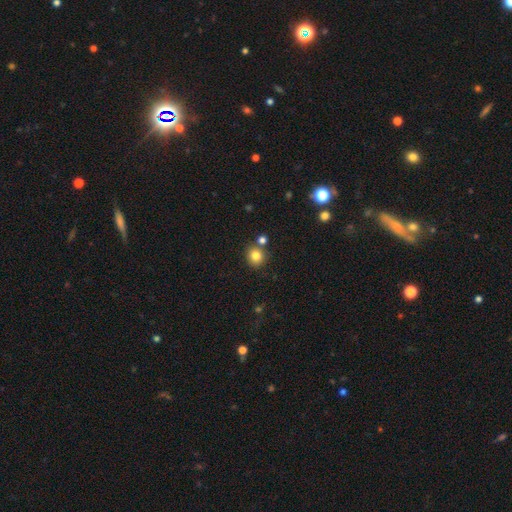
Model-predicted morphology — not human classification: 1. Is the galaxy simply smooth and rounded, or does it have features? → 82% smooth, 12% star or artifact, 6% featured or disk.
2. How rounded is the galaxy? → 89% round, 11% in between, 1% cigar-shaped.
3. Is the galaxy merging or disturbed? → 78% none, 12% merger, 8% minor disturbance, 2% major disturbance.